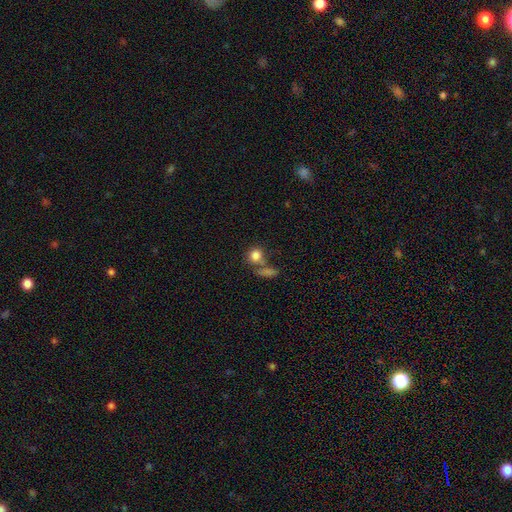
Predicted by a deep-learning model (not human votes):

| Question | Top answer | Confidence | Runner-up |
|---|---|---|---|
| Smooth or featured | smooth | 82% | star or artifact (10%) |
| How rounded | round | 79% | in between (19%) |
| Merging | none | 52% | merger (31%) |